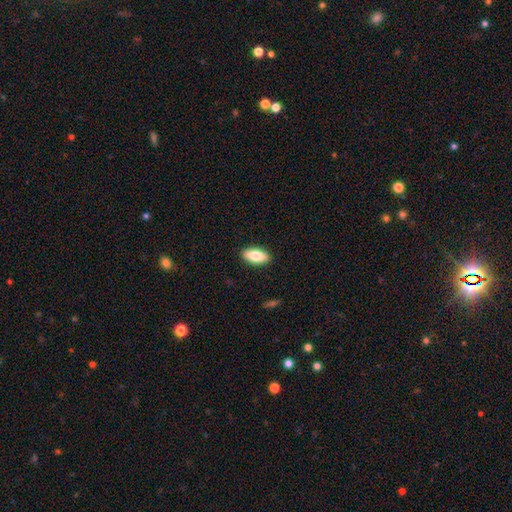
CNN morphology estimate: Smooth or featured?
  - smooth: 77% *
  - featured or disk: 16%
  - star or artifact: 7%
How rounded?
  - in between: 86% *
  - cigar-shaped: 11%
  - round: 3%
Merging?
  - none: 89% *
  - minor disturbance: 8%
  - major disturbance: 2%
  - merger: 1%